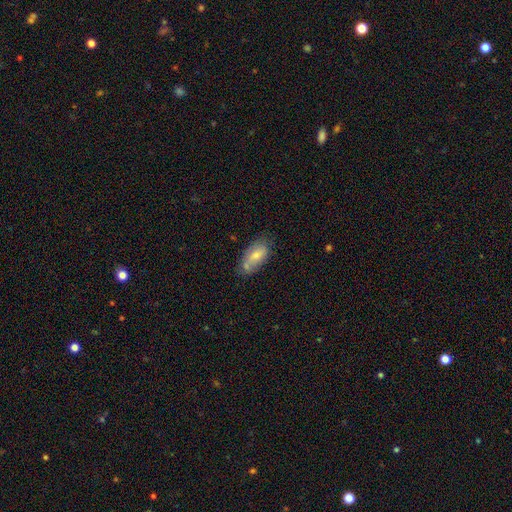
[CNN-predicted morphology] Smooth or featured? smooth (69%)
How rounded? in between (90%)
Merging? none (55%)